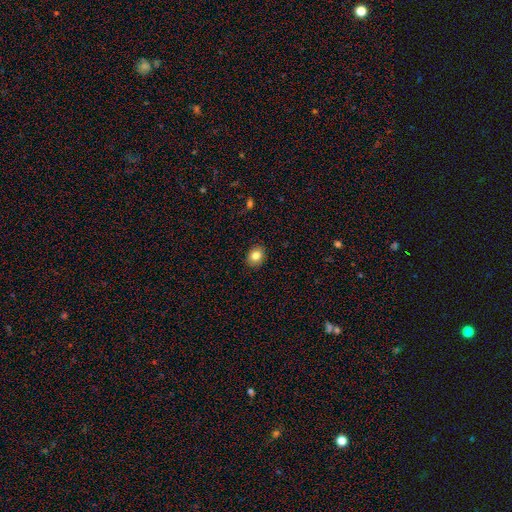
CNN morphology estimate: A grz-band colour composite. It shows a smooth galaxy with no disk features (83%) that is round (51%). Merging: none (89%).